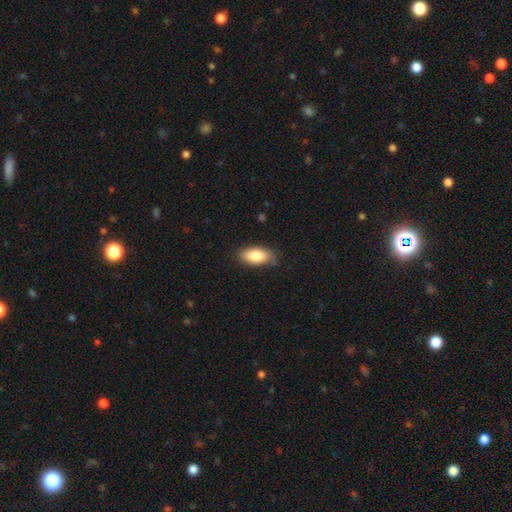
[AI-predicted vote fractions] This appears to be a smooth galaxy with no disk features (84%) that is in between round and cigar-shaped (91%). Merging: none (76%).